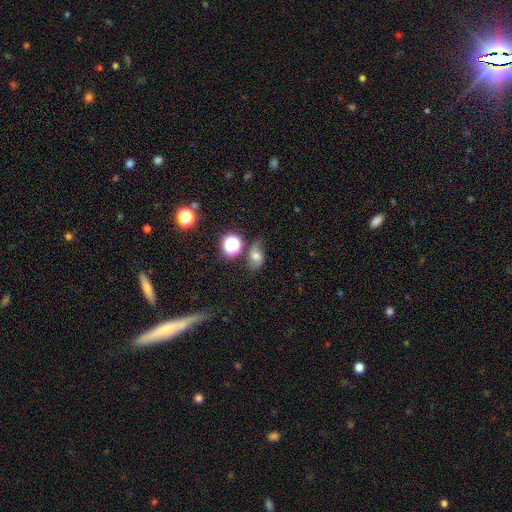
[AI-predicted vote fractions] Overall: smooth (47%; featured or disk 33%). Merging: none (58%; minor disturbance 24%).